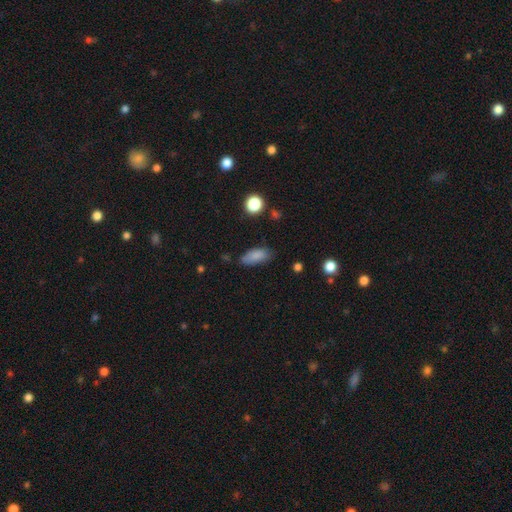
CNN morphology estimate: Q: Smooth or featured?
A: smooth (85%); runner-up: star or artifact (8%)
Q: How rounded?
A: in between (85%); runner-up: cigar-shaped (12%)
Q: Merging?
A: none (72%); runner-up: minor disturbance (21%)